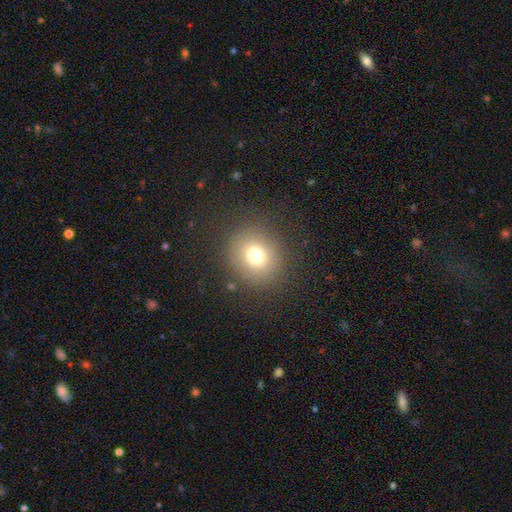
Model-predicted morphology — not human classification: Smooth or featured?
  - smooth: 72% *
  - star or artifact: 17%
  - featured or disk: 11%
How rounded?
  - round: 88% *
  - in between: 11%
  - cigar-shaped: 1%
Merging?
  - none: 87% *
  - minor disturbance: 7%
  - major disturbance: 5%
  - merger: 1%